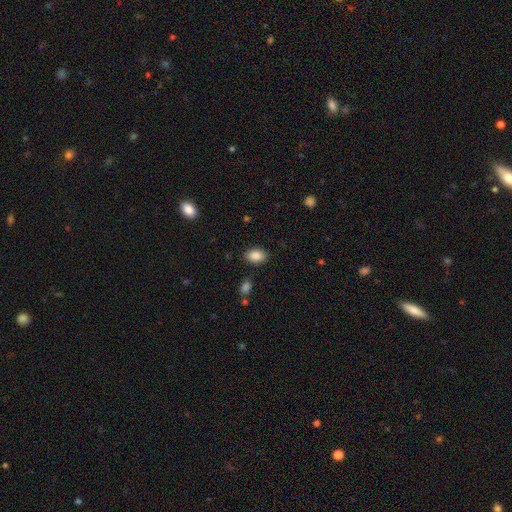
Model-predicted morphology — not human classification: type=smooth (87%); roundness=in between (89%); merging=none (87%).